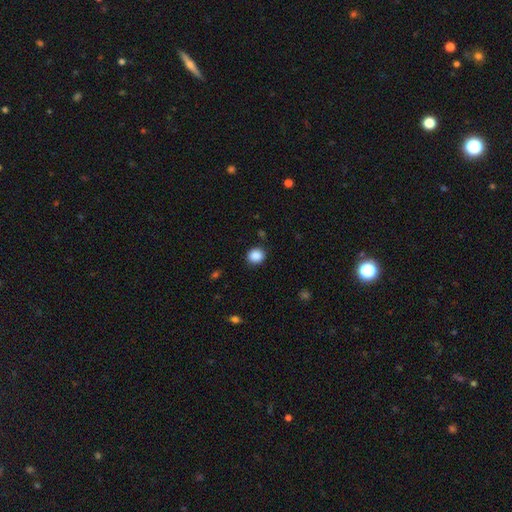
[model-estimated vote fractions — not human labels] Morphology: type=smooth (88%); roundness=round (78%); merging=none (88%).